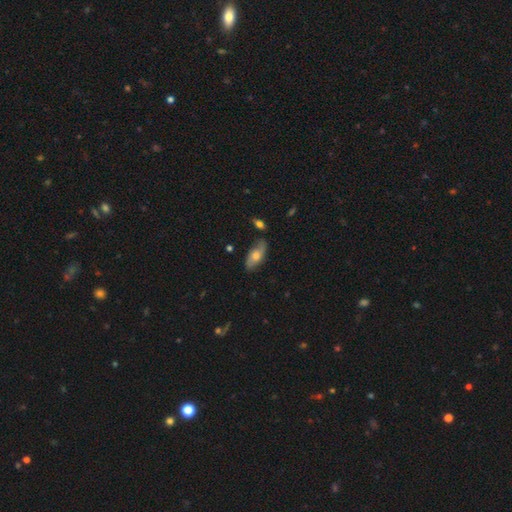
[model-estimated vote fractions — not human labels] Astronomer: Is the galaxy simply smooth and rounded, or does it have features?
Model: smooth — 53% (runner-up: featured or disk, 40%).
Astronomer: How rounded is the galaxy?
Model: in between — 84%.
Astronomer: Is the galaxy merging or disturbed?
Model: none — 76%.